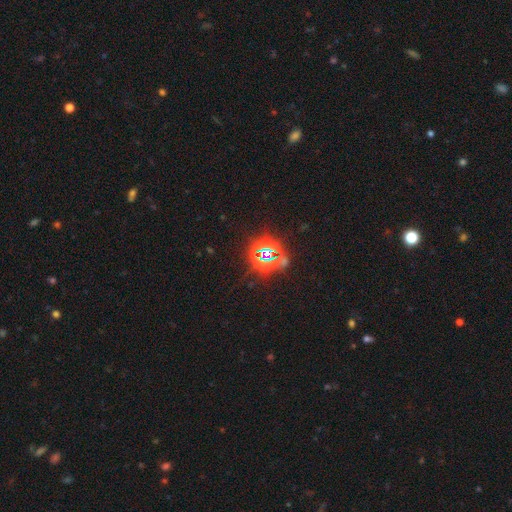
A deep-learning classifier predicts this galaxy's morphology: Smooth or featured: star or artifact — 79% (smooth — 12%)